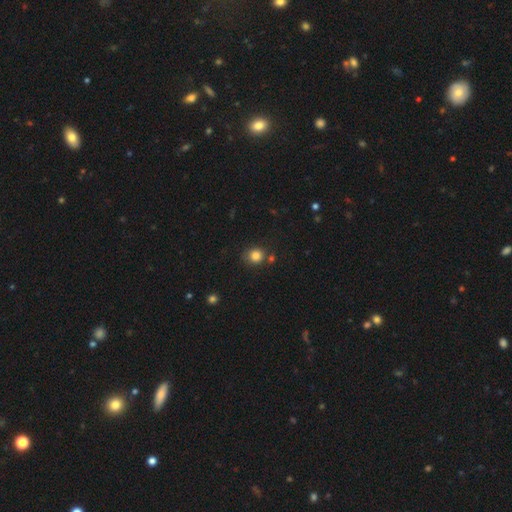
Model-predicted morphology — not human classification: smooth 83%, star or artifact 12%, featured or disk 6%. Down the decision tree: how rounded — round (85%); merging — none (76%).